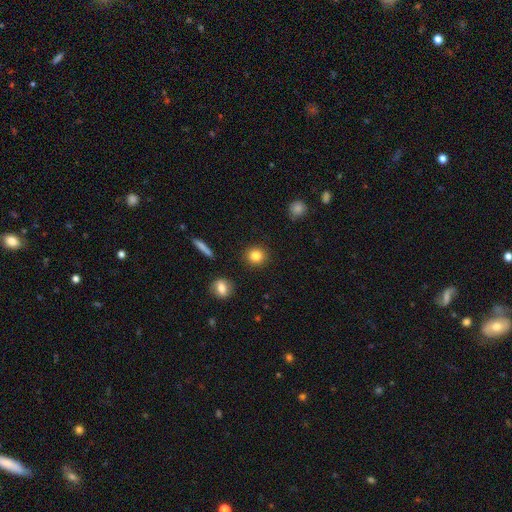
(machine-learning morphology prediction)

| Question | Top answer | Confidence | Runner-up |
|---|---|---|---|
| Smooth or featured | smooth | 83% | star or artifact (10%) |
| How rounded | round | 89% | in between (9%) |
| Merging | none | 91% | minor disturbance (6%) |